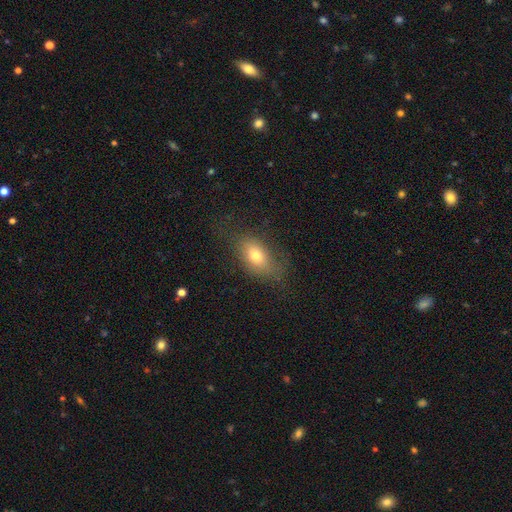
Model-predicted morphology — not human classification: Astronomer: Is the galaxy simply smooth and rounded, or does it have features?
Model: smooth — 70%.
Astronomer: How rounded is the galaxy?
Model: in between — 84%.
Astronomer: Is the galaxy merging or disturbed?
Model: none — 63%.